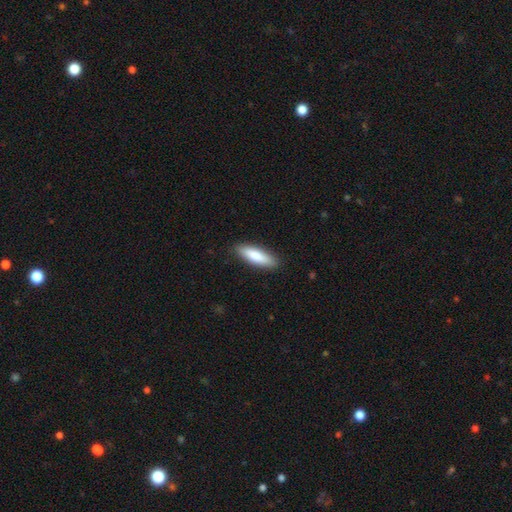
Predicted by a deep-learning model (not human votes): This appears to be a smooth galaxy with no disk features (80%) that is cigar-shaped (56%). Merging: none (88%).